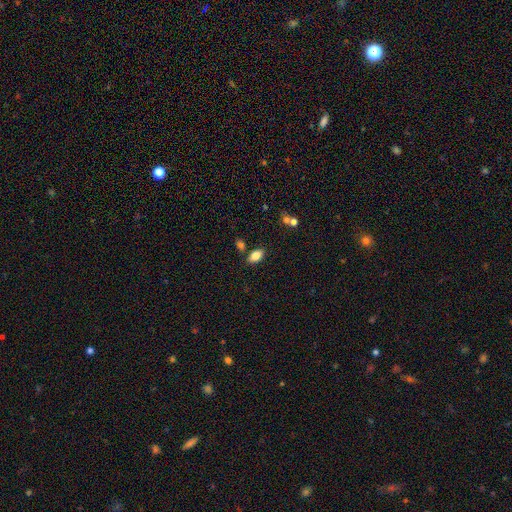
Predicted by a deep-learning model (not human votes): smooth_or_featured: smooth (p=0.81) [alt: featured or disk p=0.10]
how_rounded: in between (p=0.91) [alt: round p=0.05]
merging: none (p=0.77) [alt: minor disturbance p=0.12]